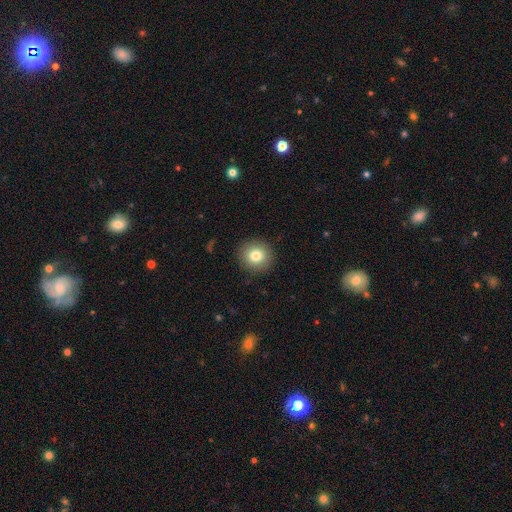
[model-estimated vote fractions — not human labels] Smooth or featured? Predicted: smooth (p=0.80). How rounded? Predicted: round (p=0.92). Merging? Predicted: none (p=0.91).